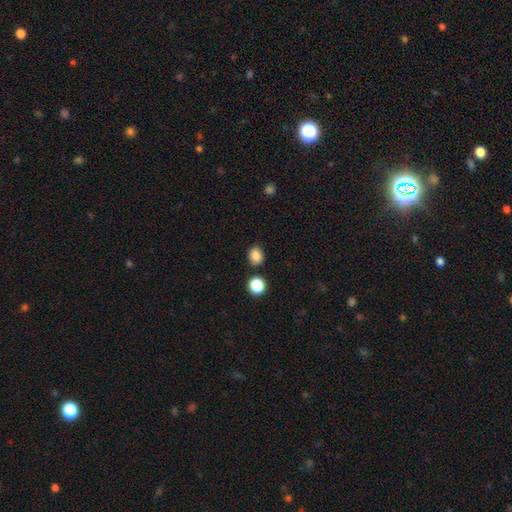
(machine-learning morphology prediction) A smooth galaxy with no disk features (85%) that is round (56%). Merging: none (81%).